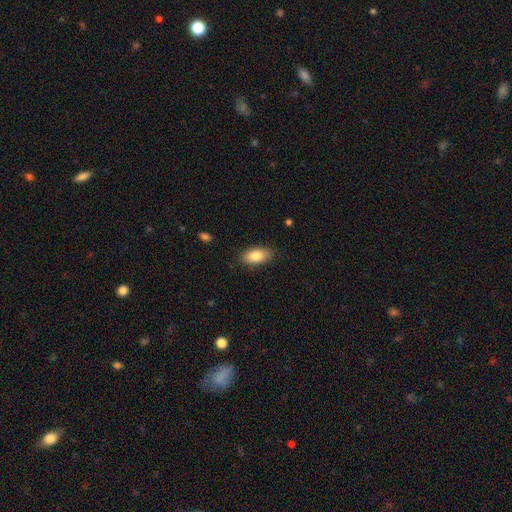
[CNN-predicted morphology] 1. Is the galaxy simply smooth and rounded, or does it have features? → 84% smooth, 9% featured or disk, 7% star or artifact.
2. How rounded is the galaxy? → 91% in between, 5% cigar-shaped, 4% round.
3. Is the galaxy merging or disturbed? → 84% none, 13% minor disturbance, 3% major disturbance, 1% merger.